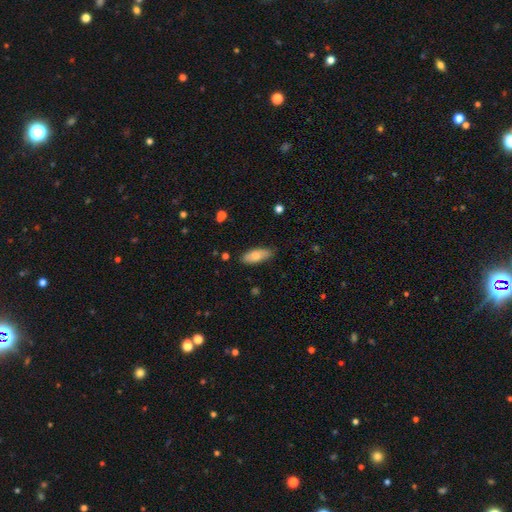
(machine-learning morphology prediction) A smooth galaxy with no disk features (78%) that is in between round and cigar-shaped (78%). Merging: none (81%).